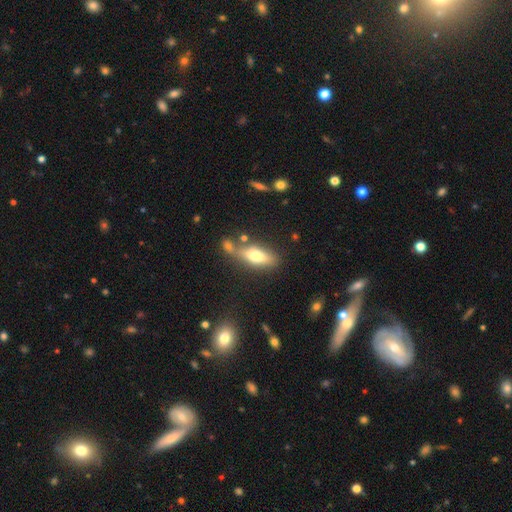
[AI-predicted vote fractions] This is likely a smooth galaxy (65%). How rounded: likely in between (69%). Merging: possibly none (54%).